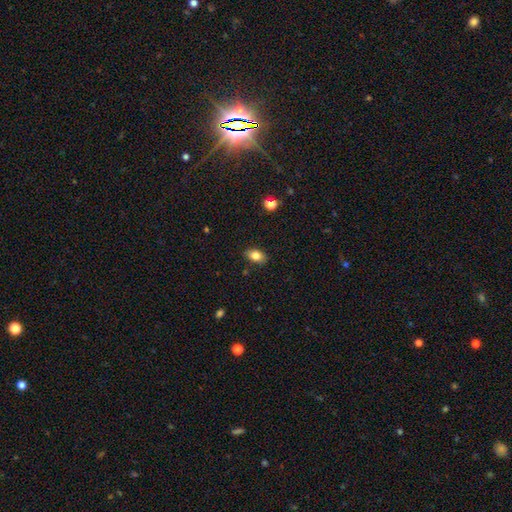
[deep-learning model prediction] smooth-or-featured: smooth: 81% | featured or disk: 10% | star or artifact: 9%
  how-rounded: in between: 87% | round: 11% | cigar-shaped: 3%
  merging: none: 87% | minor disturbance: 10% | major disturbance: 2% | merger: 1%